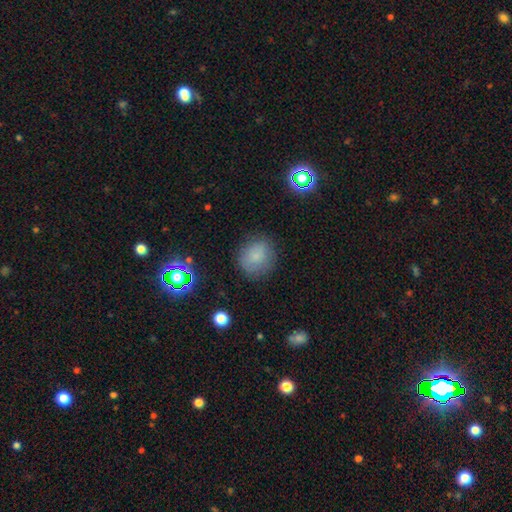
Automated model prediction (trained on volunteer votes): The model was most divided on "how rounded": round: 78%, in between: 21%, cigar-shaped: 1%. More confident: merging — none (79%); smooth or featured — smooth (78%).